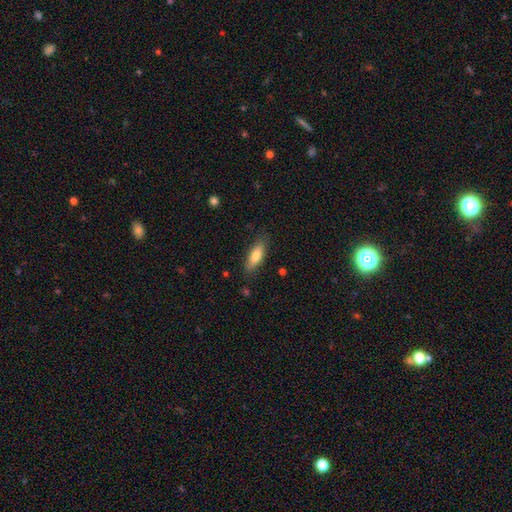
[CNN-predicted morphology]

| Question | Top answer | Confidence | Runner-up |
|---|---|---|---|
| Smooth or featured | smooth | 76% | featured or disk (18%) |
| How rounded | in between | 56% | cigar-shaped (42%) |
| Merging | none | 82% | minor disturbance (13%) |